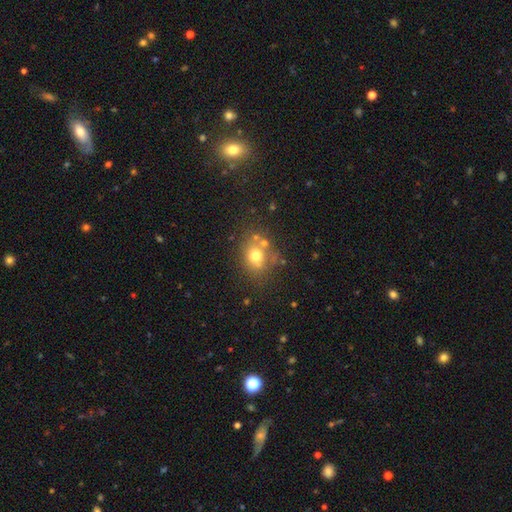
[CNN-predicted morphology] Q: Smooth or featured?
A: smooth (68%); runner-up: featured or disk (17%)
Q: How rounded?
A: round (64%); runner-up: in between (35%)
Q: Merging?
A: none (61%); runner-up: minor disturbance (16%)